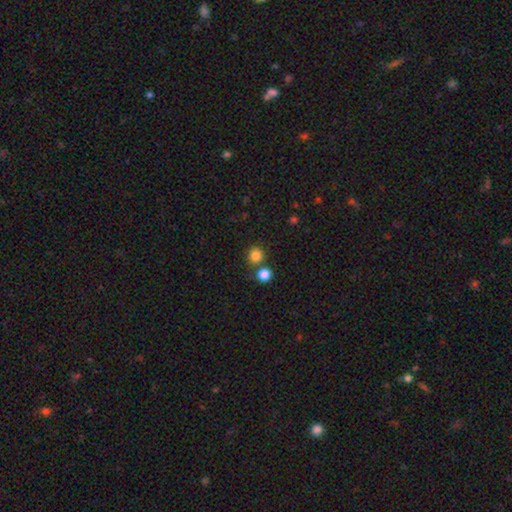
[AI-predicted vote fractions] smooth-or-featured: smooth: 83% | star or artifact: 13% | featured or disk: 4%
  how-rounded: round: 92% | in between: 7% | cigar-shaped: 1%
  merging: none: 75% | merger: 16% | minor disturbance: 7% | major disturbance: 3%